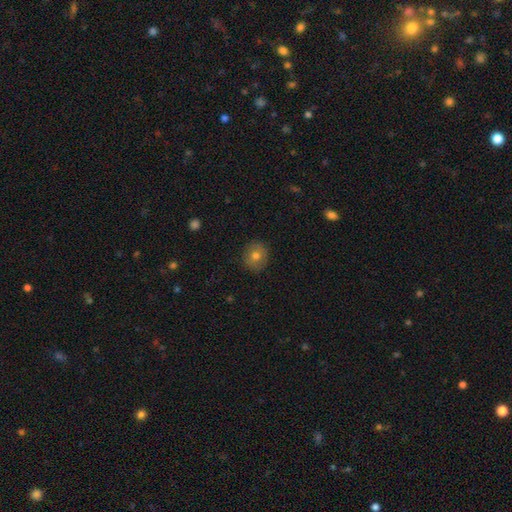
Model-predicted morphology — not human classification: The model was most divided on "smooth or featured": smooth: 73%, featured or disk: 17%, star or artifact: 10%. More confident: merging — none (88%); how rounded — round (78%).